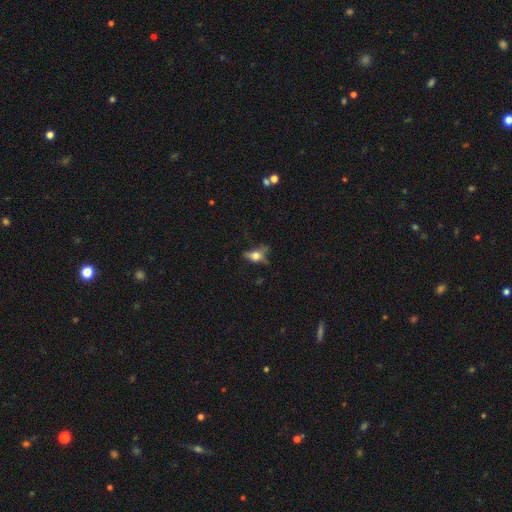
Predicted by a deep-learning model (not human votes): This appears to be a smooth galaxy with no disk features (49%). Merging: none (39%).